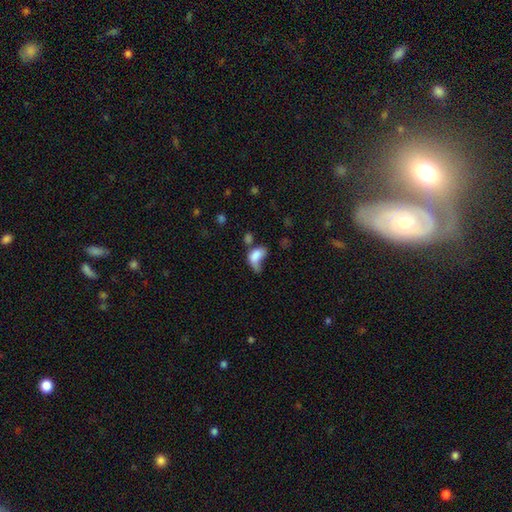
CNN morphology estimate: smooth 70%, featured or disk 19%, star or artifact 11%. Down the decision tree: how rounded — in between (85%); merging — major disturbance (39%).